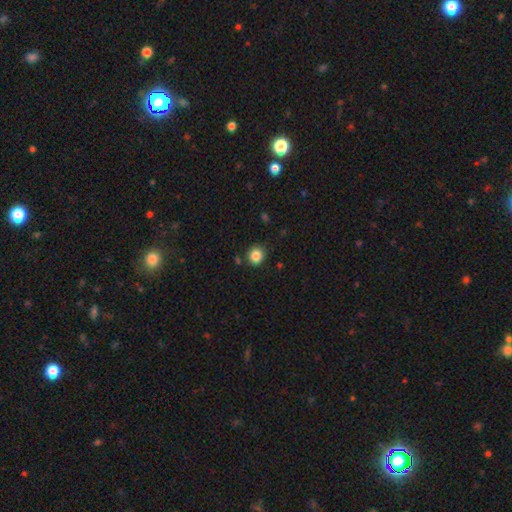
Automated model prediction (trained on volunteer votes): Smooth or featured: smooth — 85% (star or artifact — 10%)
How rounded: round — 86% (in between — 13%)
Merging: none — 86% (minor disturbance — 9%)